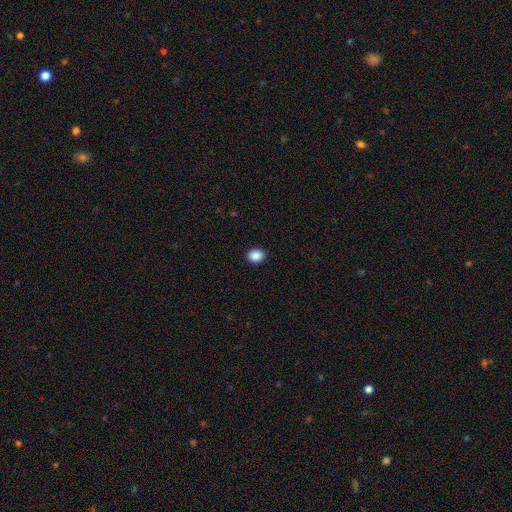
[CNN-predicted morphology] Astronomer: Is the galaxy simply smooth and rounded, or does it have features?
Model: smooth — 89%.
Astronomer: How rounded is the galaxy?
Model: round — 54% (runner-up: in between, 45%).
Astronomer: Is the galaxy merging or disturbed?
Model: none — 92%.